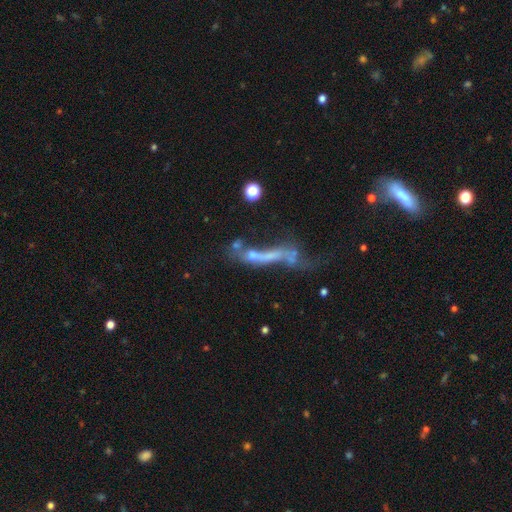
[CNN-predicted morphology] This is possibly a featured or disk galaxy (52%). It is likely not viewed edge-on (66%). Merging: marginally merger (35%).